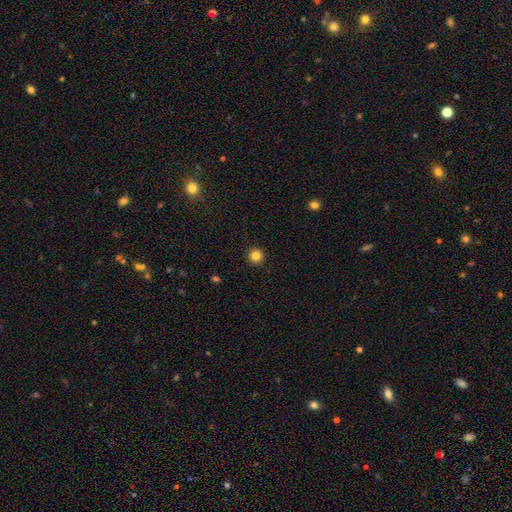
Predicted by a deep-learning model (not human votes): Overall: smooth (85%). How rounded: round (96%). Merging: none (93%).